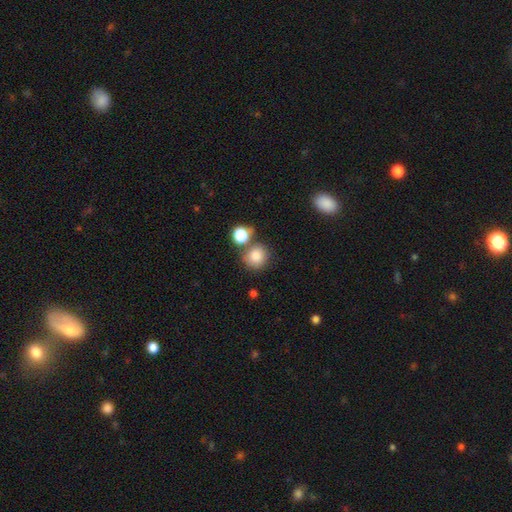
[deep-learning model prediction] Morphology: type=smooth (83%); roundness=round (87%); merging=none (63%).